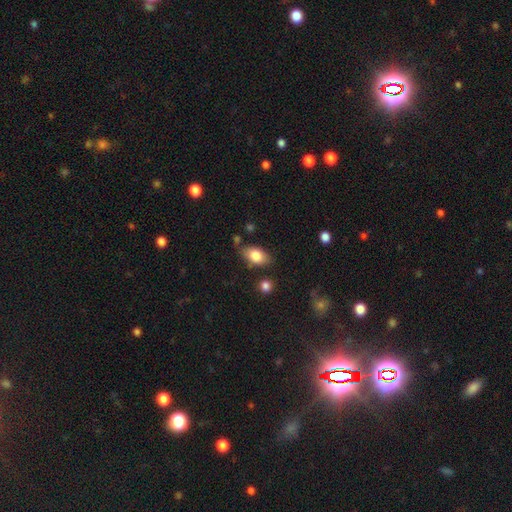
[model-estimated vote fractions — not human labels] Smooth or featured: smooth — 81% (featured or disk — 12%)
How rounded: in between — 89% (round — 8%)
Merging: none — 74% (minor disturbance — 17%)